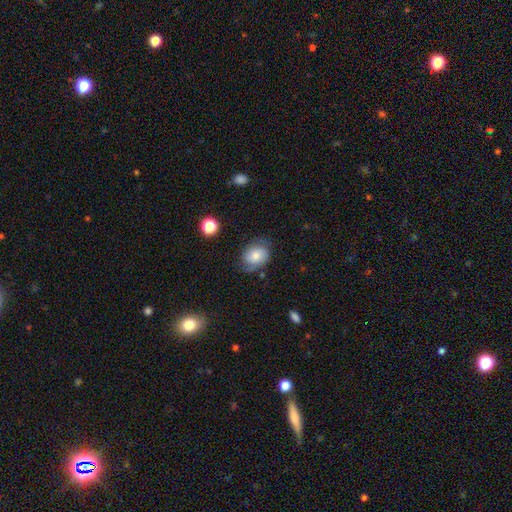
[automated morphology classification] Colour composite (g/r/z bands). It shows a smooth galaxy with no disk features (54%) that is in between round and cigar-shaped (62%). Merging: none (58%).